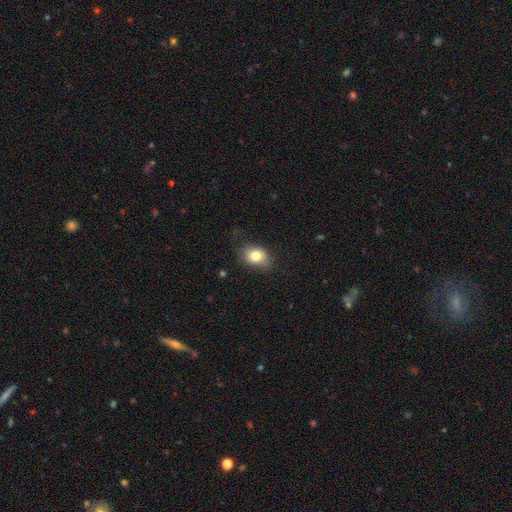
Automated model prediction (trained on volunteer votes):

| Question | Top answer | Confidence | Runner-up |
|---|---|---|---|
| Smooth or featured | smooth | 81% | star or artifact (10%) |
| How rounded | in between | 60% | round (39%) |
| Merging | none | 69% | minor disturbance (23%) |